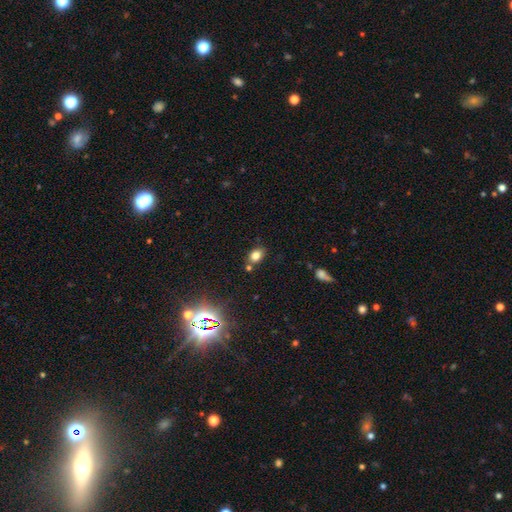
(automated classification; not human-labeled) Smooth or featured: smooth — 78% (star or artifact — 14%)
How rounded: in between — 68% (round — 31%)
Merging: none — 73% (minor disturbance — 13%)